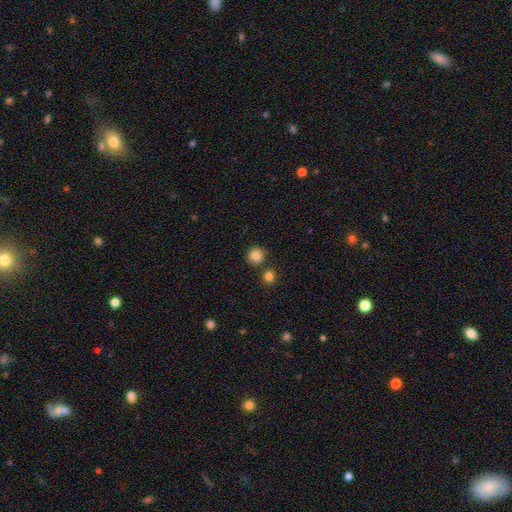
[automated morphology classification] smooth_or_featured: smooth (p=0.84) [alt: star or artifact p=0.11]
how_rounded: round (p=0.91) [alt: in between p=0.08]
merging: none (p=0.79) [alt: merger p=0.10]